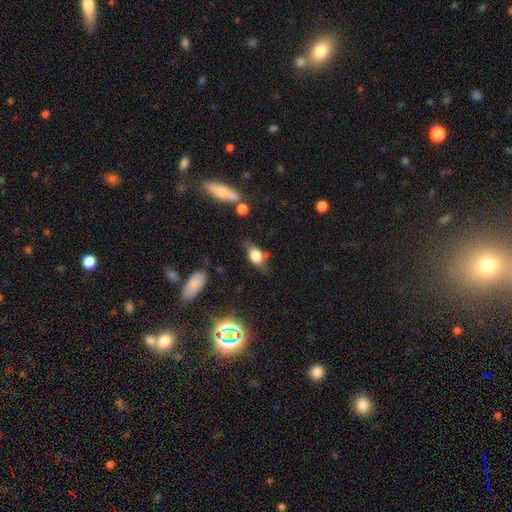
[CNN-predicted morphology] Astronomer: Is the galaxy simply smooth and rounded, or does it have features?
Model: smooth — 67%.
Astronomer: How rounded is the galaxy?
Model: in between — 82%.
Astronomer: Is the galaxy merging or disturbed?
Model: none — 60%.